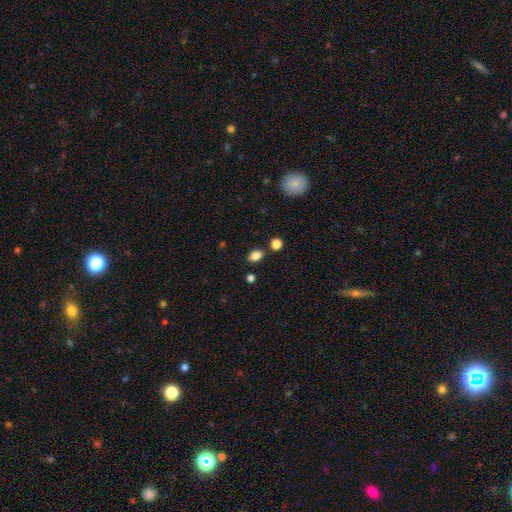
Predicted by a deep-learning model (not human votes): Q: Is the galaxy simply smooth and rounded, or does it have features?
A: smooth — 84%.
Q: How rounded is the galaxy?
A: in between — 73%.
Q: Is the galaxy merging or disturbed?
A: none — 80%.